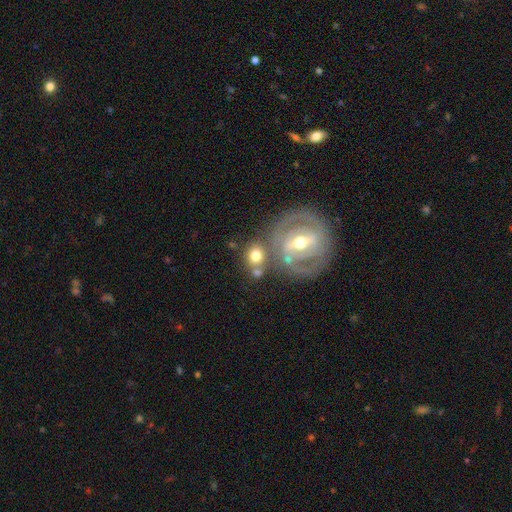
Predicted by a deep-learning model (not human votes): A smooth galaxy with no disk features (56%) that is round (70%). Merging: none (54%).